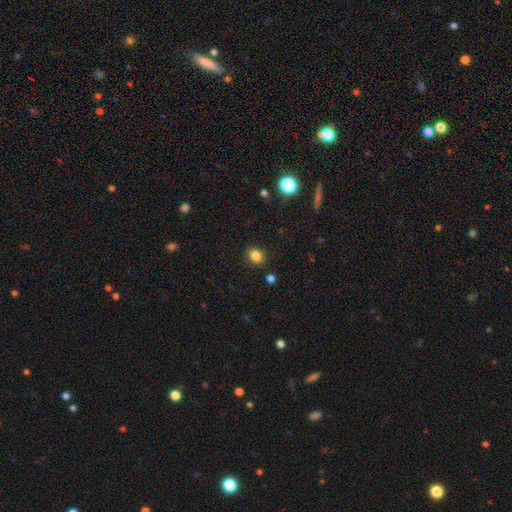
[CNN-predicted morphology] This is clearly a smooth galaxy (83%). How rounded: possibly round (54%). Merging: clearly none (88%).